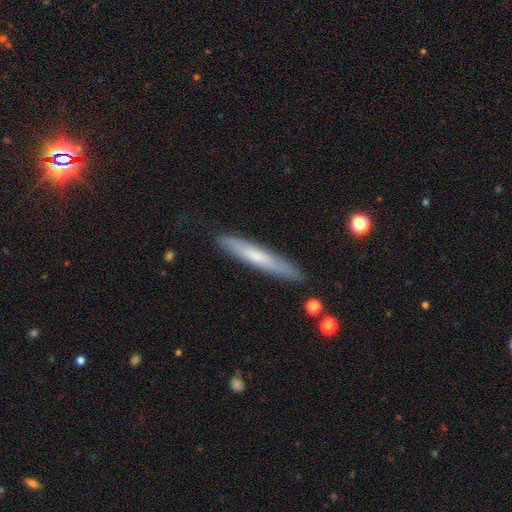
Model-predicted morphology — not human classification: A smooth galaxy with no disk features (58%) that is cigar-shaped (94%).

Vote fractions:
- Smooth or featured? smooth: 58% / featured or disk: 36% / star or artifact: 6%
- How rounded? cigar-shaped: 94% / in between: 5% / round: 1%
- Merging? none: 86% / minor disturbance: 11% / major disturbance: 2% / merger: 2%